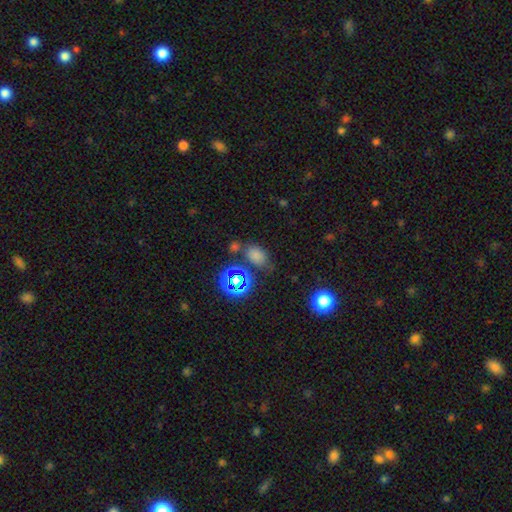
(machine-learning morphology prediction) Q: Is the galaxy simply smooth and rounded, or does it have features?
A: smooth — 67%.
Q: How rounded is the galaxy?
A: in between — 78%.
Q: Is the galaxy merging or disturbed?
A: none — 65%.